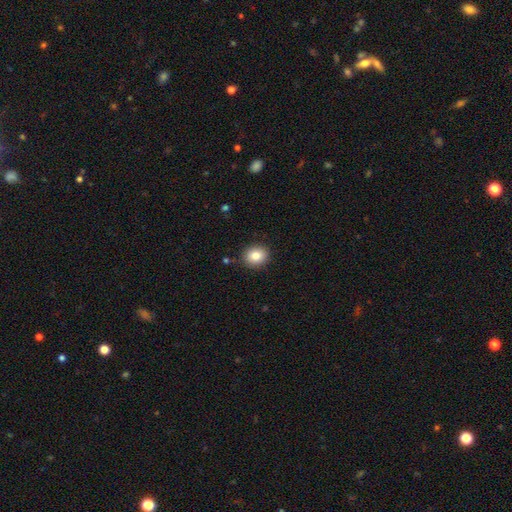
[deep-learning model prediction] A smooth galaxy with no disk features (83%) that is round (67%). Merging: none (88%).